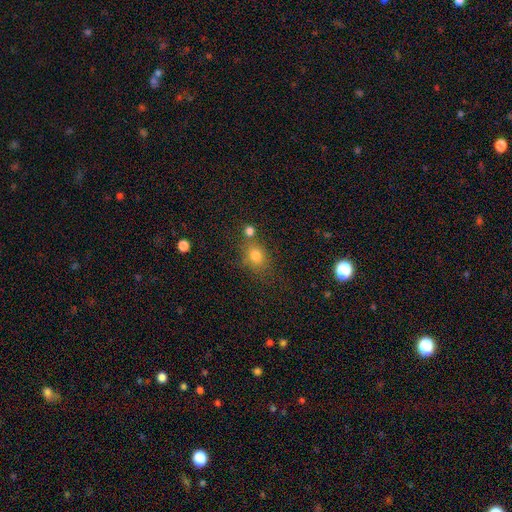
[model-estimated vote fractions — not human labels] A smooth galaxy with no disk features (77%) that is round (56%).

Vote fractions:
- Smooth or featured? smooth: 77% / star or artifact: 14% / featured or disk: 9%
- How rounded? round: 56% / in between: 43% / cigar-shaped: 1%
- Merging? none: 61% / merger: 19% / minor disturbance: 14% / major disturbance: 6%